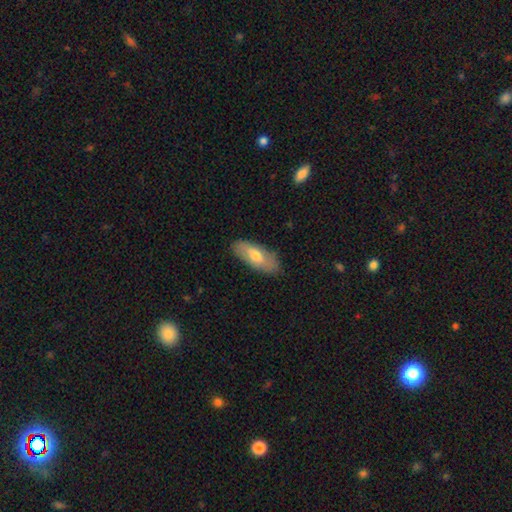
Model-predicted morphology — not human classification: Overall: smooth (65%; featured or disk 29%). How rounded: in between (80%). Merging: none (84%).